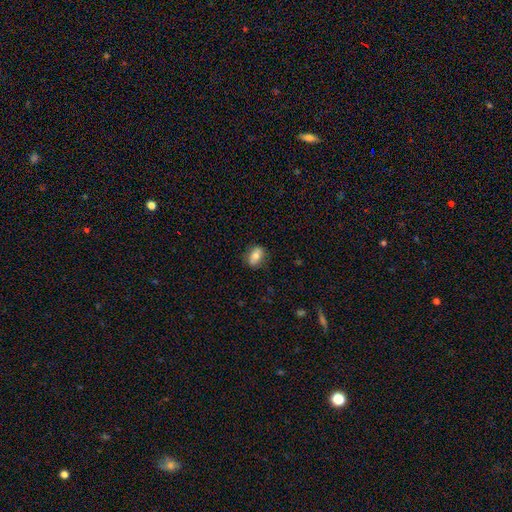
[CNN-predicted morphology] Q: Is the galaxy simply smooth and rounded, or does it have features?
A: smooth — 75%.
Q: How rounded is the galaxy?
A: in between — 81%.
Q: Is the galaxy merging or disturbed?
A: none — 82%.